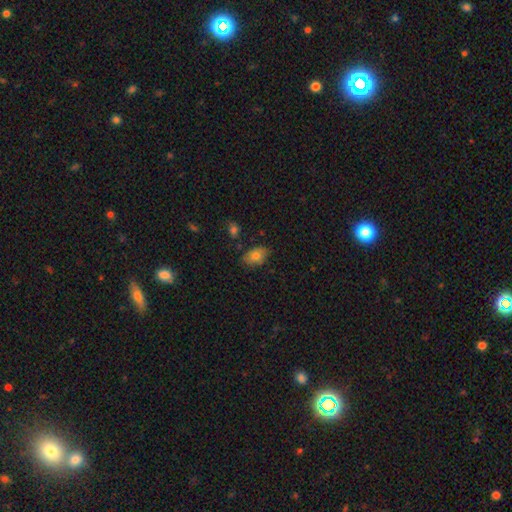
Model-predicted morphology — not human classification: This appears to be a smooth galaxy with no disk features (77%) that is in between round and cigar-shaped (86%). Merging: none (78%).